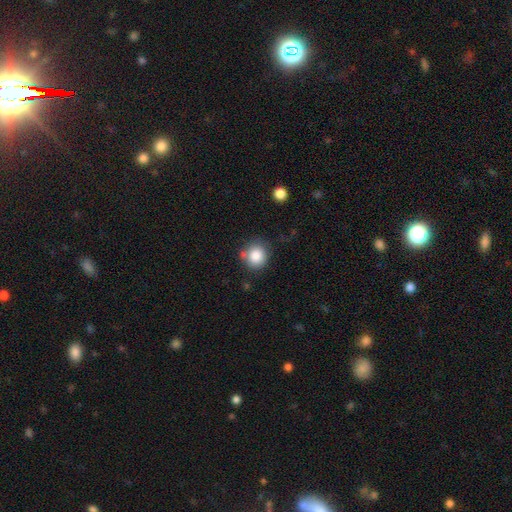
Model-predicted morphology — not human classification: smooth_or_featured: smooth (p=0.85) [alt: star or artifact p=0.09]
how_rounded: round (p=0.84) [alt: in between p=0.15]
merging: none (p=0.74) [alt: minor disturbance p=0.15]